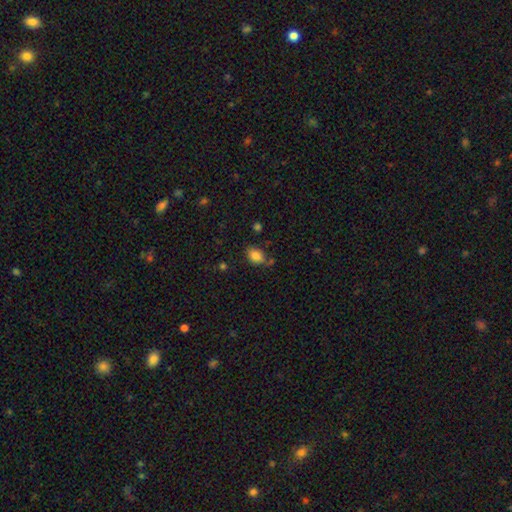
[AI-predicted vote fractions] Q: Smooth or featured?
A: smooth (85%); runner-up: star or artifact (10%)
Q: How rounded?
A: in between (74%); runner-up: round (25%)
Q: Merging?
A: none (69%); runner-up: minor disturbance (19%)